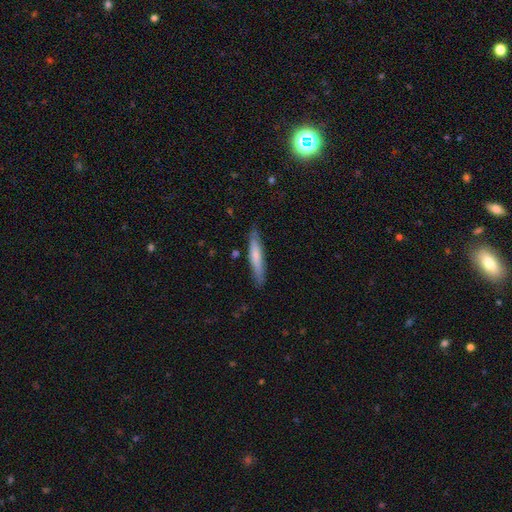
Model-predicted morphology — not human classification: type=smooth (66%); roundness=cigar-shaped (91%); merging=none (84%).